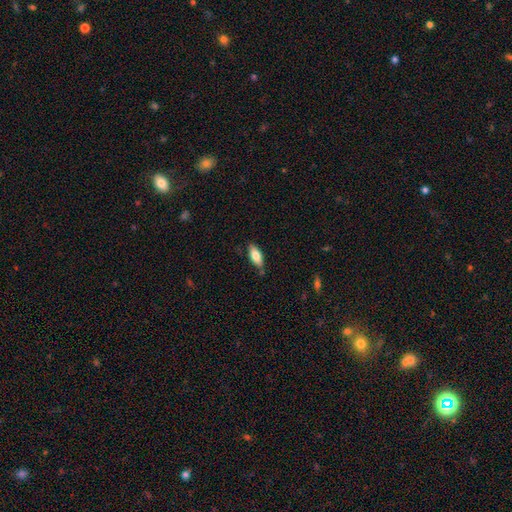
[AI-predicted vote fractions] Smooth or featured: smooth — 73% (featured or disk — 20%)
How rounded: in between — 77% (cigar-shaped — 21%)
Merging: none — 75% (minor disturbance — 18%)